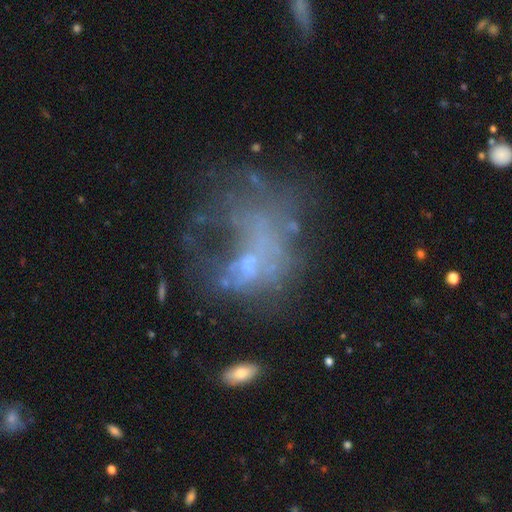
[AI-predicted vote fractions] Morphology: type=featured or disk (52%); edge-on=no (97%); bar=no (89%); spiral arms=no (90%); bulge=none (56%); merging=major disturbance (46%).